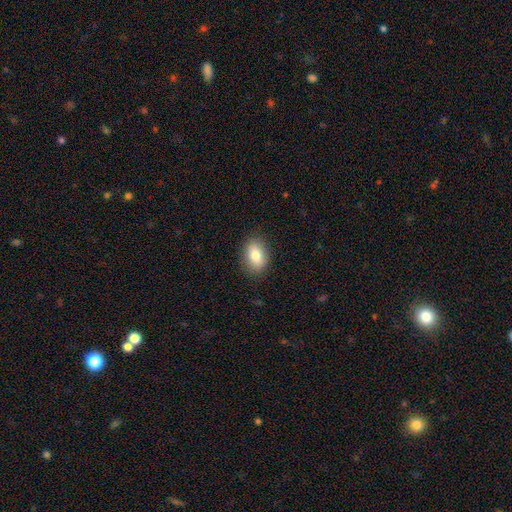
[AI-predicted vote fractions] Smooth or featured?
  - smooth: 81% *
  - featured or disk: 11%
  - star or artifact: 8%
How rounded?
  - in between: 82% *
  - round: 17%
  - cigar-shaped: 1%
Merging?
  - none: 87% *
  - minor disturbance: 10%
  - major disturbance: 2%
  - merger: 1%